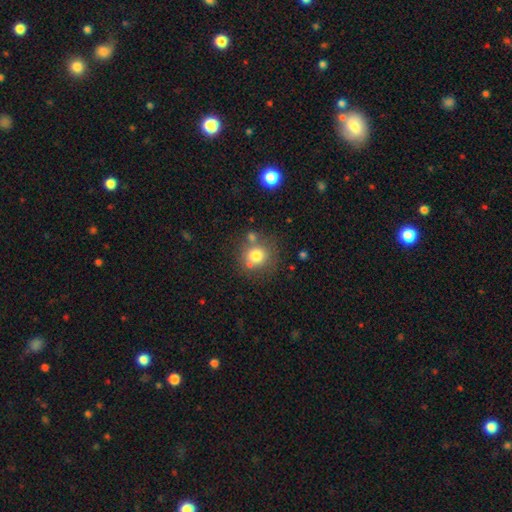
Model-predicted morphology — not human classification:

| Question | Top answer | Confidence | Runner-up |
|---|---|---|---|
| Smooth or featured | smooth | 77% | star or artifact (12%) |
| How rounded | round | 87% | in between (12%) |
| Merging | none | 66% | merger (15%) |